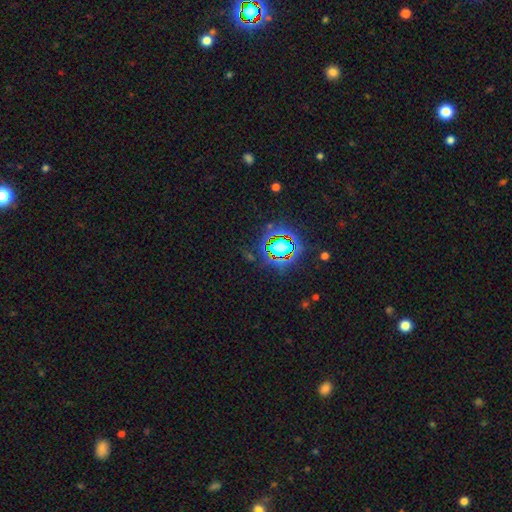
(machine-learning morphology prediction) A star or artifact, not a galaxy (77%).

Vote fractions:
- Smooth or featured? star or artifact: 77% / smooth: 14% / featured or disk: 9%